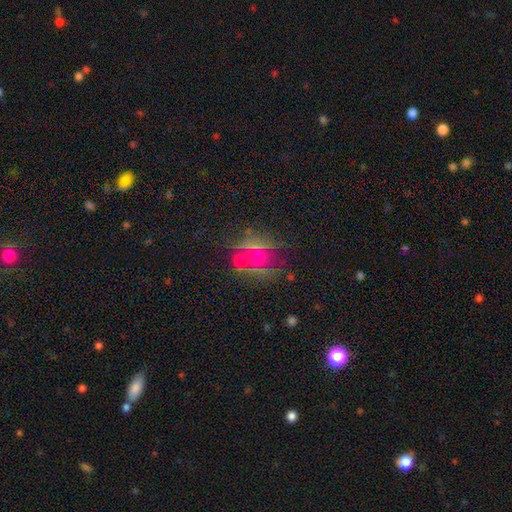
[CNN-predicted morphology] smooth 46%, star or artifact 33%, featured or disk 20%. Down the decision tree: merging — none (63%).